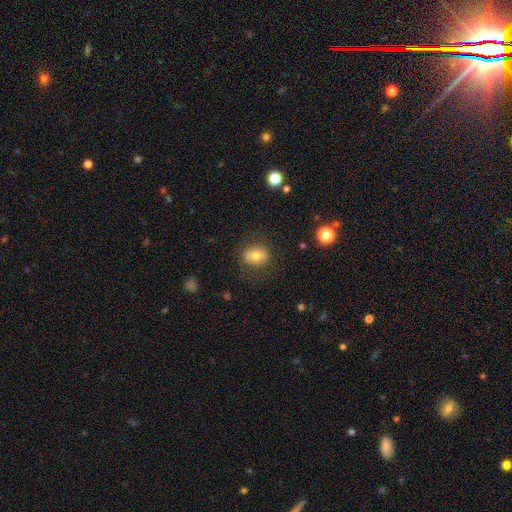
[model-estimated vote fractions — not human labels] Overall: smooth (71%). How rounded: round (54%; in between 45%). Merging: none (79%).